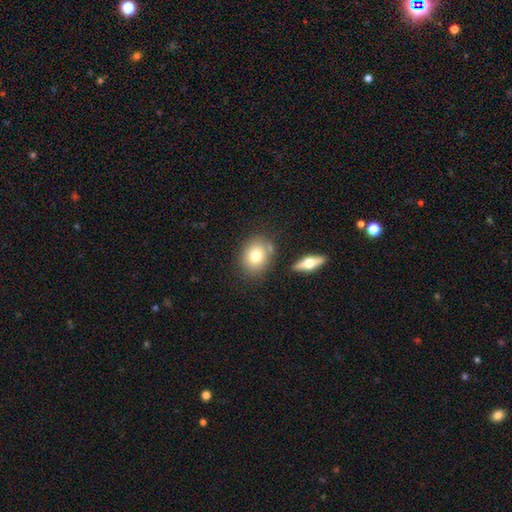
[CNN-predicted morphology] Smooth or featured: smooth — 75% (featured or disk — 17%)
How rounded: in between — 52% (round — 47%)
Merging: none — 71% (minor disturbance — 13%)